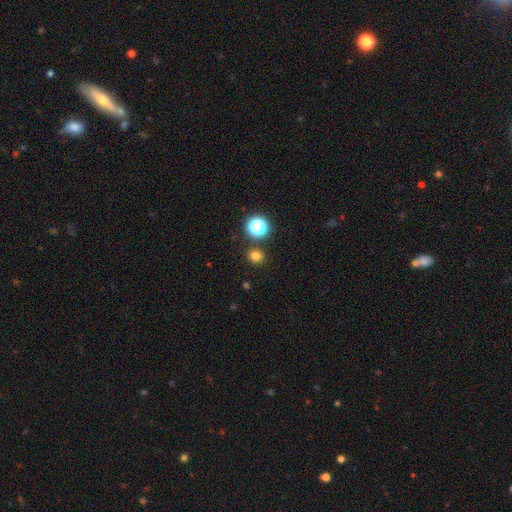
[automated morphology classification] type=smooth (76%); roundness=round (89%); merging=none (86%).